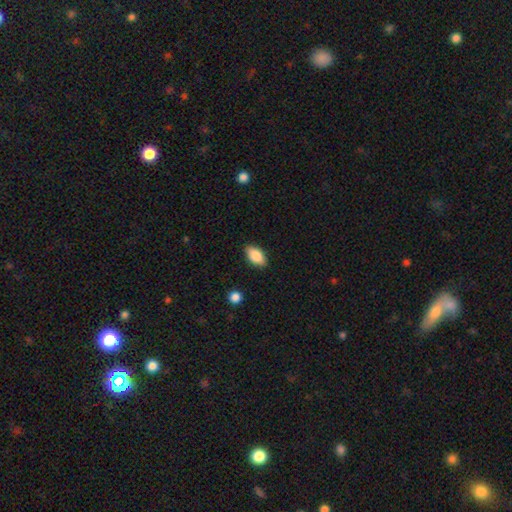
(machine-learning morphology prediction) A smooth galaxy with no disk features (85%) that is in between round and cigar-shaped (92%). Merging: none (87%).